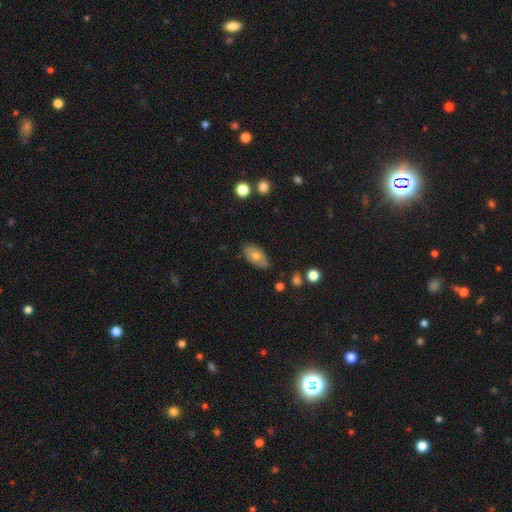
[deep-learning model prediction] Smooth or featured?
  - smooth: 63% *
  - featured or disk: 30%
  - star or artifact: 7%
How rounded?
  - in between: 91% *
  - round: 7%
  - cigar-shaped: 2%
Merging?
  - none: 77% *
  - minor disturbance: 18%
  - major disturbance: 3%
  - merger: 2%